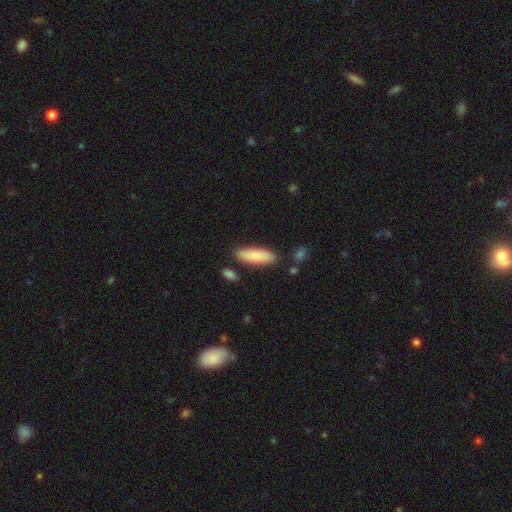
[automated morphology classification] smooth-or-featured: smooth: 87% | featured or disk: 7% | star or artifact: 6%
  how-rounded: in between: 54% | cigar-shaped: 44% | round: 2%
  merging: none: 83% | minor disturbance: 11% | merger: 3% | major disturbance: 2%